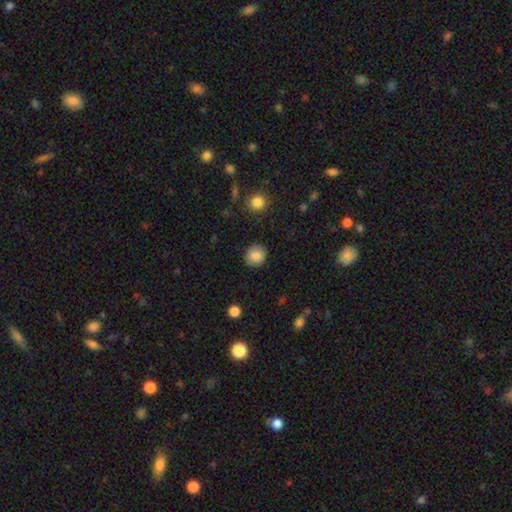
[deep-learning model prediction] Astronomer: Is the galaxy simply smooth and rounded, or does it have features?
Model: smooth — 87%.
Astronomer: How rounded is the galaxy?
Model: round — 84%.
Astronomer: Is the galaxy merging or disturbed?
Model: none — 89%.